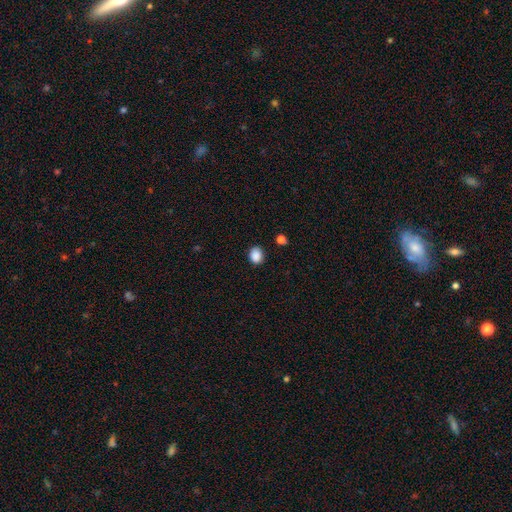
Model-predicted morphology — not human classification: Smooth or featured: smooth — 88% (star or artifact — 9%)
How rounded: round — 50% (in between — 49%)
Merging: none — 87% (minor disturbance — 9%)